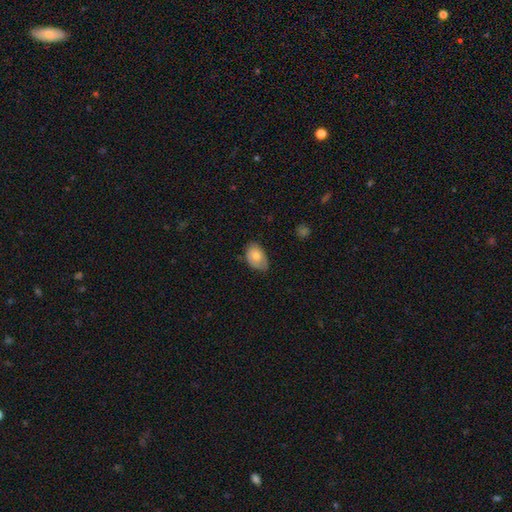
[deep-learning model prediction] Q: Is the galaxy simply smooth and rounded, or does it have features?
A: smooth — 67%.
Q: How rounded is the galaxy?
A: in between — 86%.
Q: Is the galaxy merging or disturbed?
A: none — 59%.